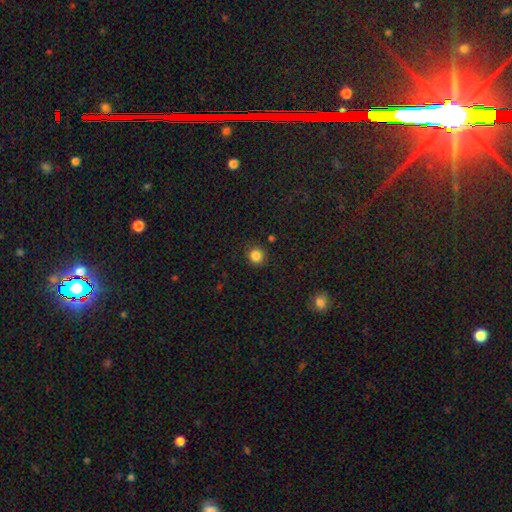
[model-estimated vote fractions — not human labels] Morphology: type=smooth (85%); roundness=round (90%); merging=none (89%).